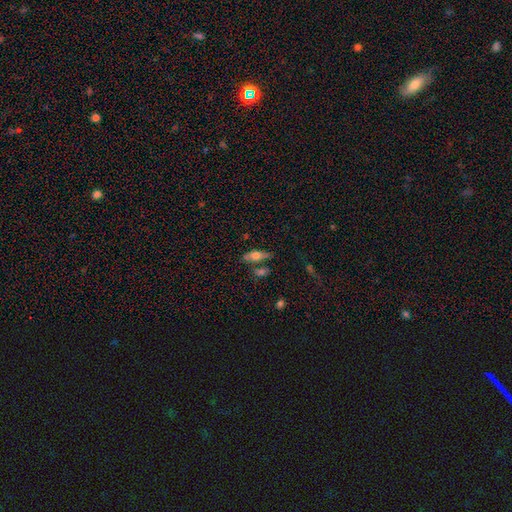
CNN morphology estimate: A smooth galaxy with no disk features (62%) that is in between round and cigar-shaped (70%).

Vote fractions:
- Smooth or featured? smooth: 62% / featured or disk: 29% / star or artifact: 9%
- How rounded? in between: 70% / cigar-shaped: 27% / round: 4%
- Merging? none: 58% / minor disturbance: 18% / merger: 17% / major disturbance: 7%